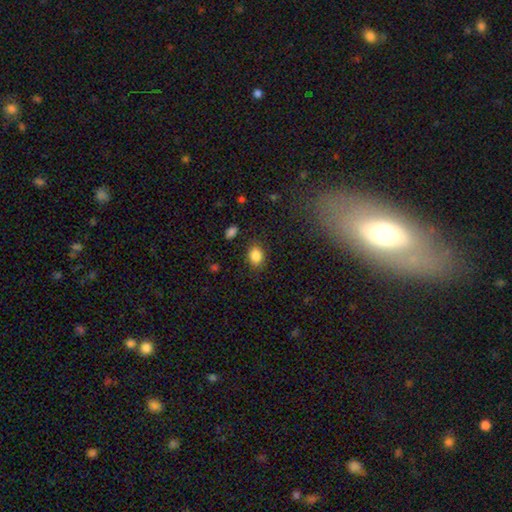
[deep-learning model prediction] Morphology: type=smooth (86%); roundness=in between (63%); merging=none (84%).